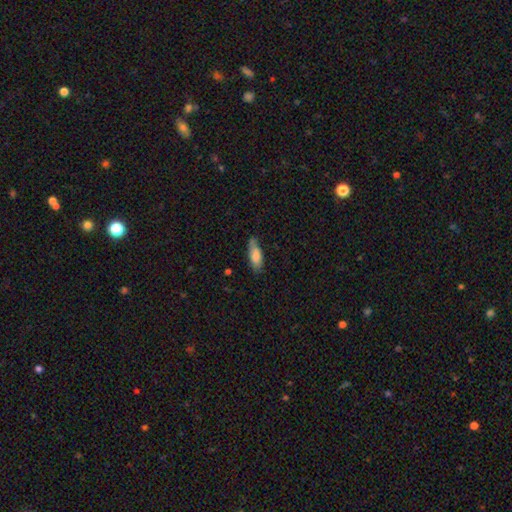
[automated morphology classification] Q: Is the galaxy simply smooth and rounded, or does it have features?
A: smooth — 79%.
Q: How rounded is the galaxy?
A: in between — 64%.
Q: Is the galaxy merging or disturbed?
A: none — 66%.